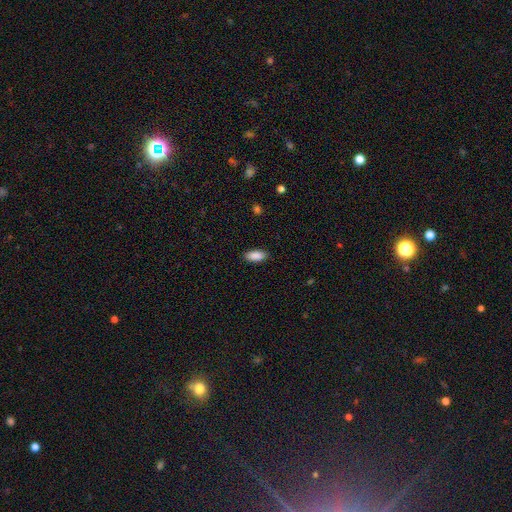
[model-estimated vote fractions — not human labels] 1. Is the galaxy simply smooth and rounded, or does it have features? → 90% smooth, 7% star or artifact, 3% featured or disk.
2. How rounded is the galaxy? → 88% in between, 10% cigar-shaped, 2% round.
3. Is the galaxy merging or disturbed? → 89% none, 8% minor disturbance, 2% major disturbance, 1% merger.